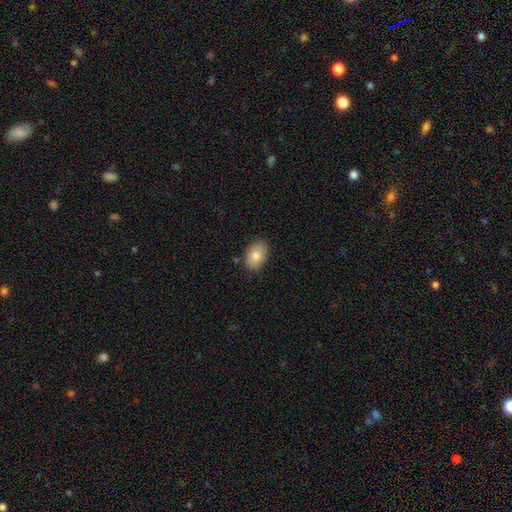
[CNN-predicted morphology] The model was most divided on "smooth or featured": smooth: 82%, featured or disk: 11%, star or artifact: 7%. More confident: how rounded — in between (88%); merging — none (84%).